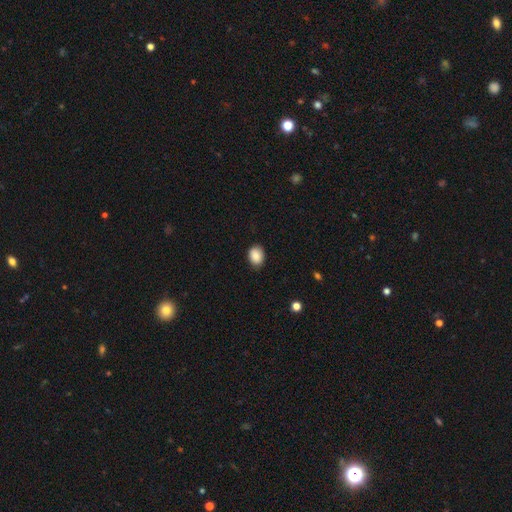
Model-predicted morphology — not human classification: Q: Smooth or featured?
A: smooth (88%); runner-up: star or artifact (8%)
Q: How rounded?
A: in between (64%); runner-up: round (35%)
Q: Merging?
A: none (84%); runner-up: minor disturbance (13%)